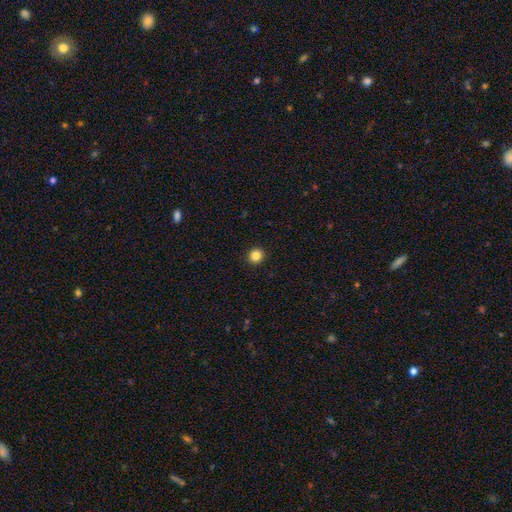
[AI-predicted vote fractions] A smooth galaxy with no disk features (85%) that is round (92%).

Vote fractions:
- Smooth or featured? smooth: 85% / star or artifact: 11% / featured or disk: 4%
- How rounded? round: 92% / in between: 7% / cigar-shaped: 1%
- Merging? none: 93% / minor disturbance: 4% / major disturbance: 2% / merger: 1%